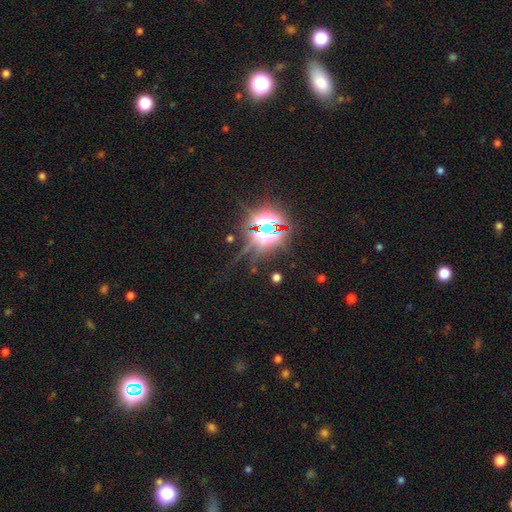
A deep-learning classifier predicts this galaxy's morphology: smooth_or_featured: star or artifact (p=0.82) [alt: smooth p=0.09]